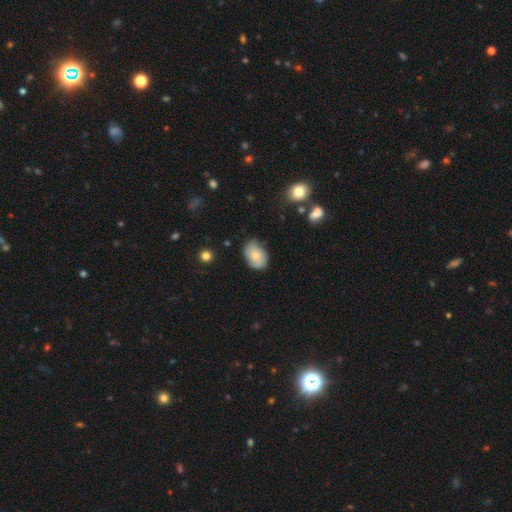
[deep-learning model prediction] smooth_or_featured: smooth (p=0.72) [alt: featured or disk p=0.21]
how_rounded: in between (p=0.83) [alt: round p=0.16]
merging: none (p=0.69) [alt: minor disturbance p=0.24]